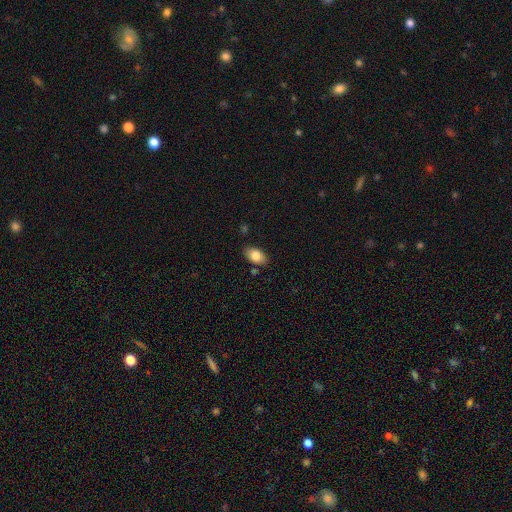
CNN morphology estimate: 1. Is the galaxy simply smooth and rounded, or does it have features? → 82% smooth, 10% featured or disk, 7% star or artifact.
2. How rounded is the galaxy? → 91% in between, 7% round, 2% cigar-shaped.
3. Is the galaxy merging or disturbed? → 82% none, 12% minor disturbance, 3% merger, 3% major disturbance.